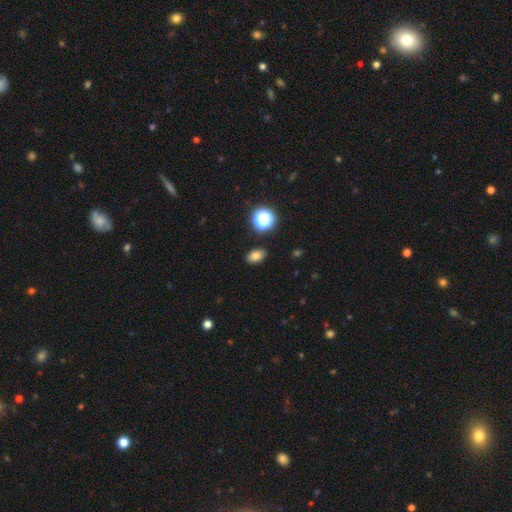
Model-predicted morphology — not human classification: smooth 79%, star or artifact 14%, featured or disk 7%. Down the decision tree: how rounded — in between (83%); merging — none (88%).